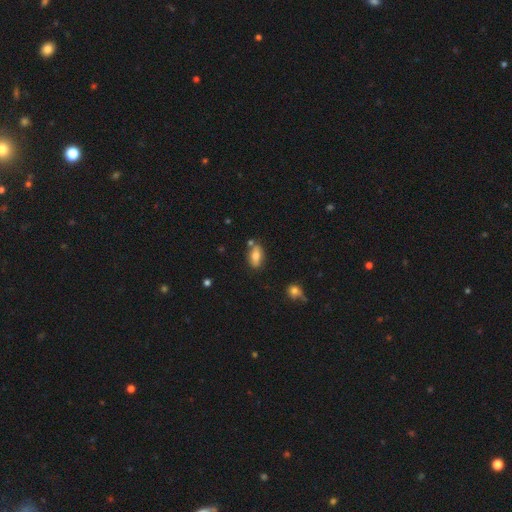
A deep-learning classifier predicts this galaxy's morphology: Smooth or featured? smooth (72%)
How rounded? in between (84%)
Merging? none (73%)